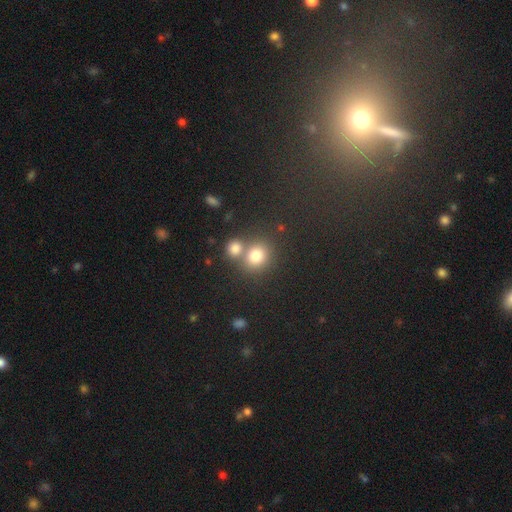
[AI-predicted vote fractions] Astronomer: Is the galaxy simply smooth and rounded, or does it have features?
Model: smooth — 77%.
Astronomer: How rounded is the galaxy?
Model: round — 77%.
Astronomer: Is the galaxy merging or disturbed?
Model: none — 52% (runner-up: merger, 36%).